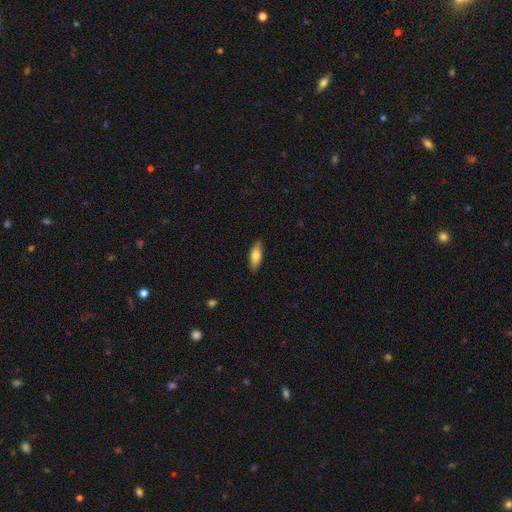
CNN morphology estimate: smooth-or-featured: smooth: 72% | featured or disk: 22% | star or artifact: 6%
  how-rounded: in between: 63% | cigar-shaped: 35% | round: 2%
  merging: none: 87% | minor disturbance: 10% | major disturbance: 2% | merger: 1%